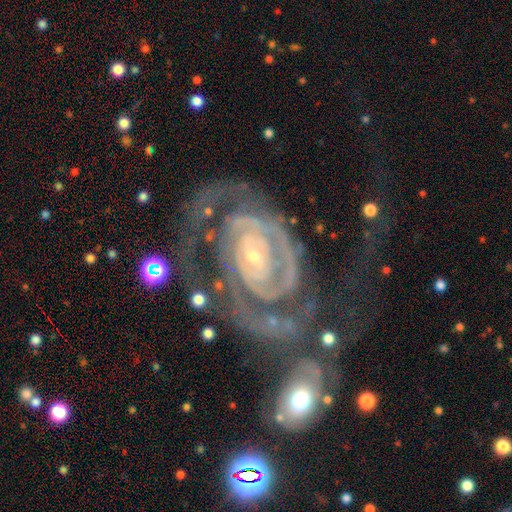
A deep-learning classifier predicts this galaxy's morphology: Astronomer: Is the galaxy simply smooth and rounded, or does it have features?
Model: featured or disk — 91%.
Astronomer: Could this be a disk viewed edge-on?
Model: no — 97%.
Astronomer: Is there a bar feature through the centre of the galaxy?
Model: no — 60%.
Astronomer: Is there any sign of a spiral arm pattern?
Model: yes — 96%.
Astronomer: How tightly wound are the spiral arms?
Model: tight — 73%.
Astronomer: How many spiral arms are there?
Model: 2 — 55%.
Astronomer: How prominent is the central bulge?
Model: small — 82%.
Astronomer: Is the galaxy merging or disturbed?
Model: none — 44% (runner-up: major disturbance, 25%).